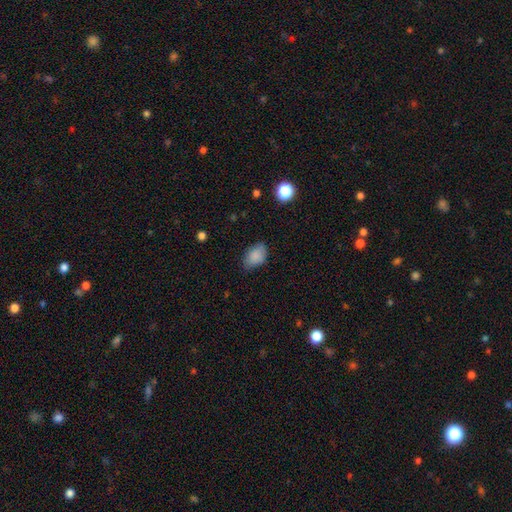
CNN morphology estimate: smooth_or_featured: smooth (p=0.86) [alt: star or artifact p=0.08]
how_rounded: in between (p=0.87) [alt: round p=0.11]
merging: none (p=0.73) [alt: minor disturbance p=0.22]